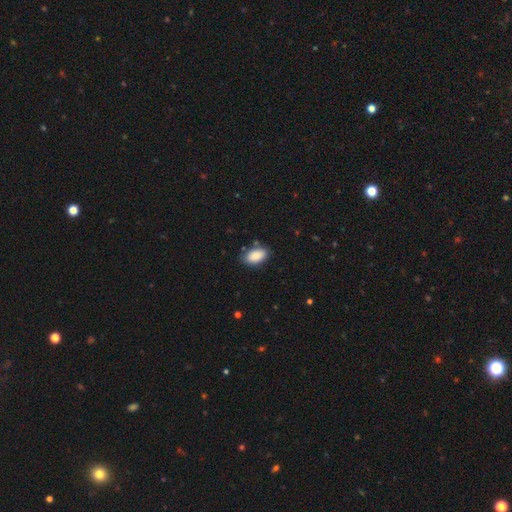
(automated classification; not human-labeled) Smooth or featured? smooth (89%)
How rounded? in between (94%)
Merging? none (81%)